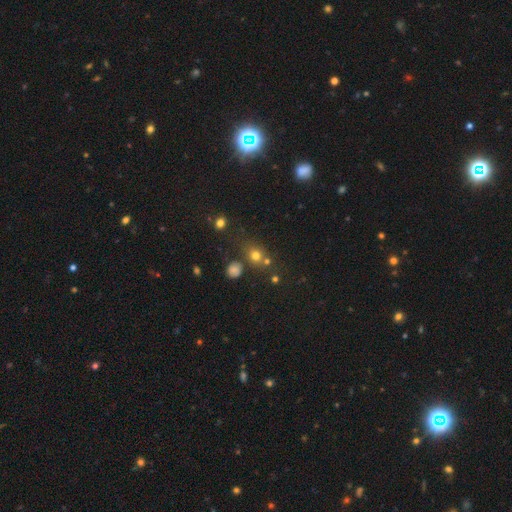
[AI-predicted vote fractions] Smooth or featured?
  - smooth: 70% *
  - star or artifact: 21%
  - featured or disk: 10%
How rounded?
  - round: 77% *
  - in between: 21%
  - cigar-shaped: 1%
Merging?
  - none: 64% *
  - merger: 18%
  - minor disturbance: 12%
  - major disturbance: 6%